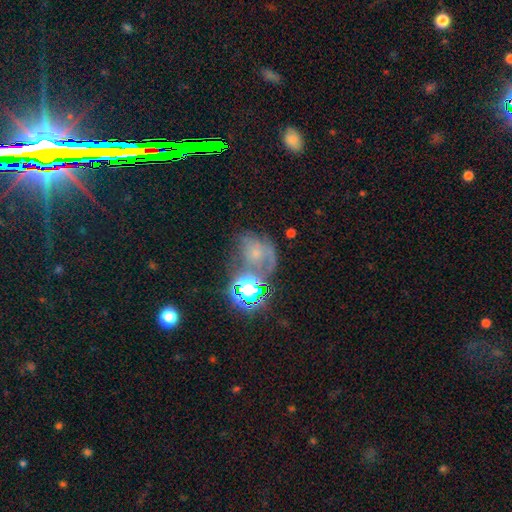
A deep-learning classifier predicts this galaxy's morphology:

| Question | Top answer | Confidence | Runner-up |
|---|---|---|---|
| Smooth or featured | star or artifact | 38% | featured or disk (36%) |